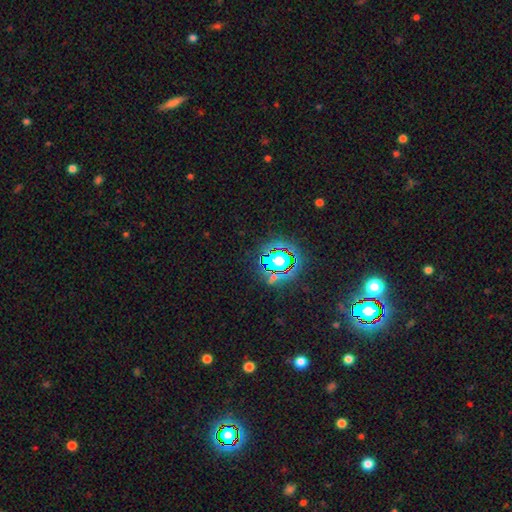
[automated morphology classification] Smooth or featured: star or artifact — 81% (smooth — 11%)